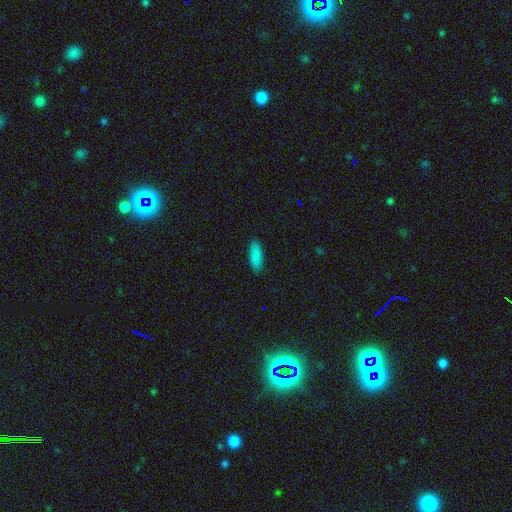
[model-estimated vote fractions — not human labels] This appears to be a smooth galaxy with no disk features (88%) that is in between round and cigar-shaped (67%). Merging: none (88%).